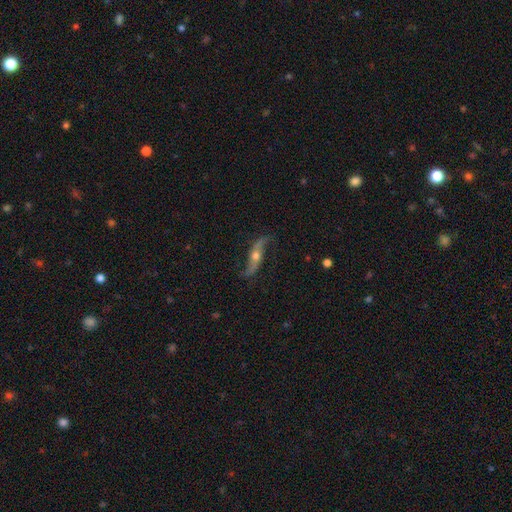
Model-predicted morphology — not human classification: A featured or disk galaxy (84%) with no bar (57%), 2 (93%) loose (89%) spiral arms (94%) and a moderate central bulge (66%). Merging: none (77%).